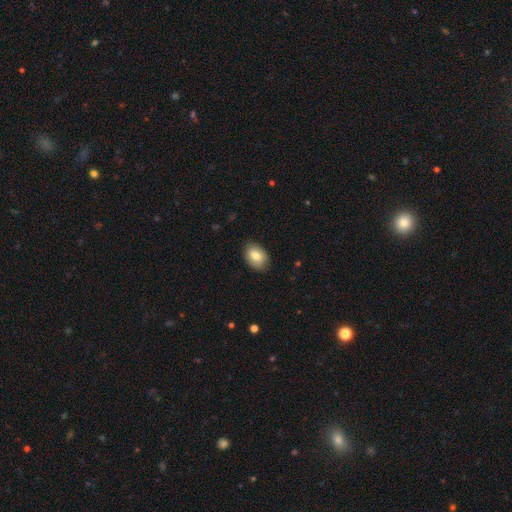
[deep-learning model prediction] The model was most divided on "smooth or featured": smooth: 78%, featured or disk: 15%, star or artifact: 7%. More confident: merging — none (84%); how rounded — in between (83%).